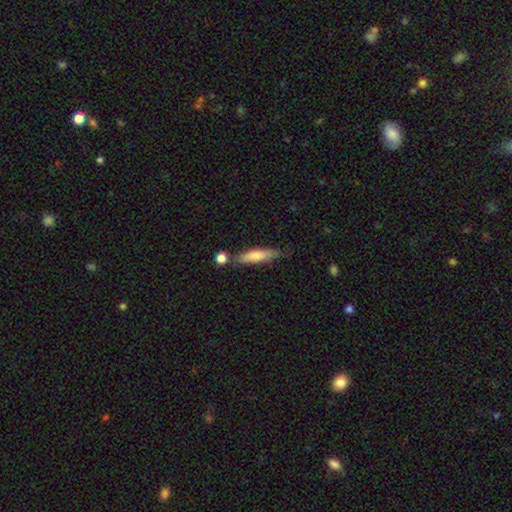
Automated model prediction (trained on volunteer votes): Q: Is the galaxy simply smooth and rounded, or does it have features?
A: smooth — 73%.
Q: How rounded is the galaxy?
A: cigar-shaped — 73%.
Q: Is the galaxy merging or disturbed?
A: none — 65%.